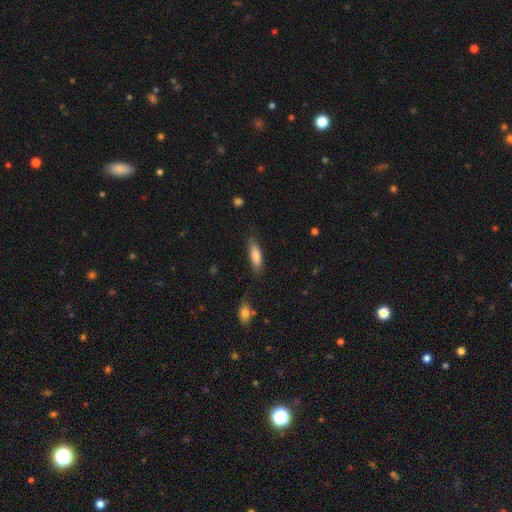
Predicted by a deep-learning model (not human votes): smooth_or_featured: smooth (p=0.83) [alt: featured or disk p=0.11]
how_rounded: in between (p=0.52) [alt: cigar-shaped p=0.47]
merging: none (p=0.77) [alt: minor disturbance p=0.17]